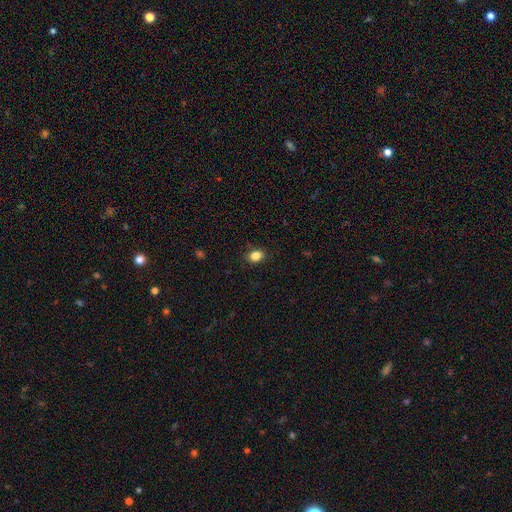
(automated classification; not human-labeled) Smooth or featured: smooth — 85% (star or artifact — 10%)
How rounded: in between — 69% (round — 30%)
Merging: none — 86% (minor disturbance — 10%)